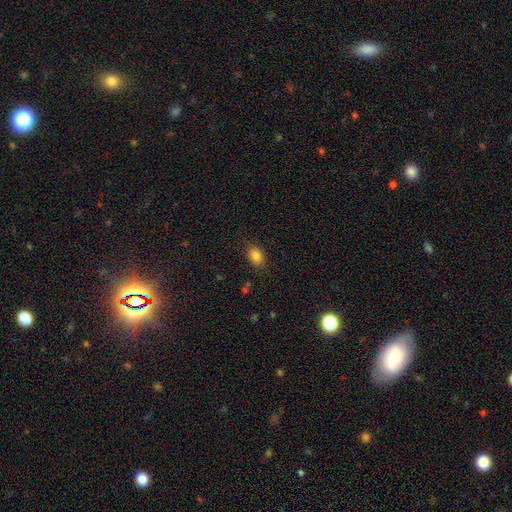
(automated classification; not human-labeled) Morphology: type=smooth (84%); roundness=in between (77%); merging=none (83%).